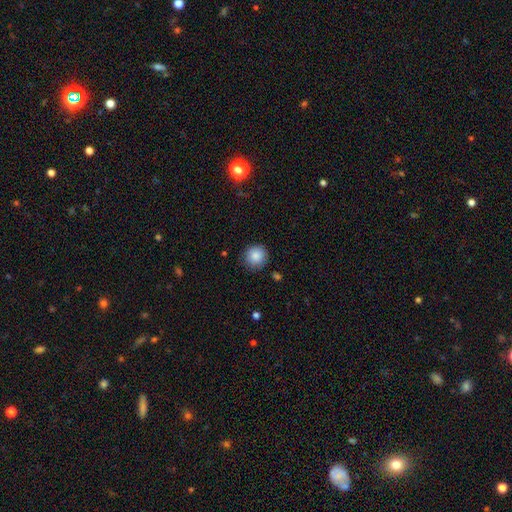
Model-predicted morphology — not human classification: smooth 87%, star or artifact 9%, featured or disk 5%. Down the decision tree: how rounded — round (93%); merging — none (86%).